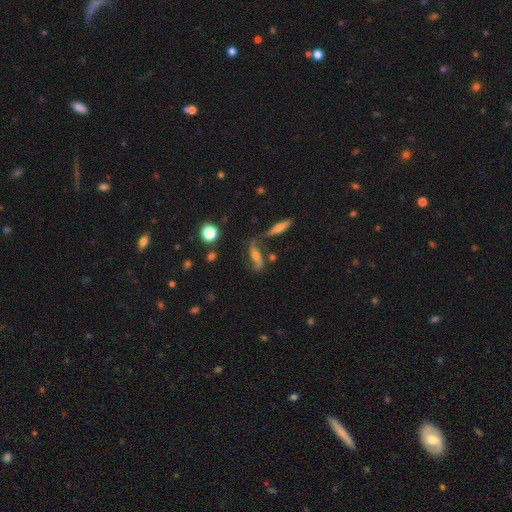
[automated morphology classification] Smooth or featured?
  - featured or disk: 67% *
  - smooth: 23%
  - star or artifact: 10%
Edge-on disk?
  - no: 73% *
  - yes: 27%
Merging?
  - none: 58% *
  - minor disturbance: 19%
  - merger: 13%
  - major disturbance: 10%